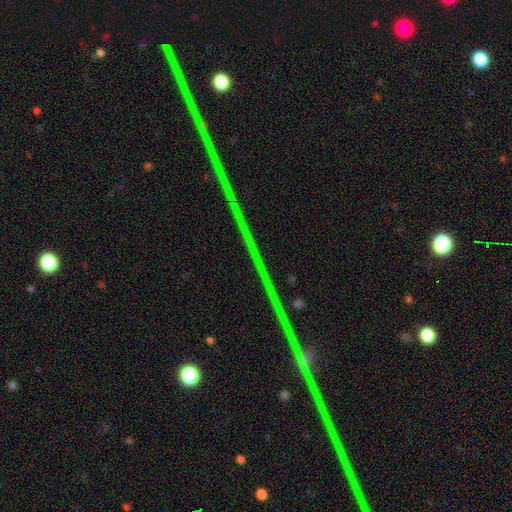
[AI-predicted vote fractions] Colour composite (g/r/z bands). It shows a star or artifact, not a galaxy (84%).